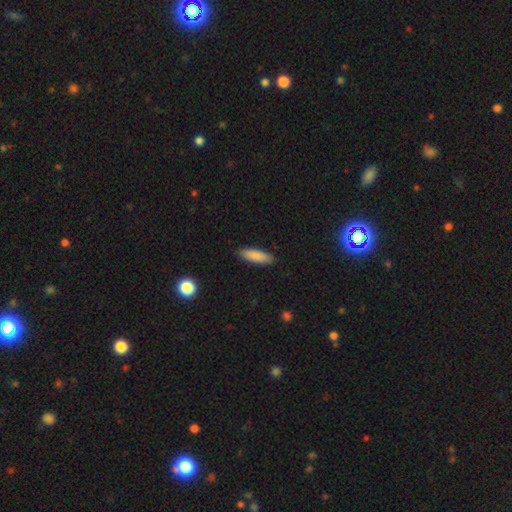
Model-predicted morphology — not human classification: A smooth galaxy with no disk features (86%) that is cigar-shaped (53%). Merging: none (88%).